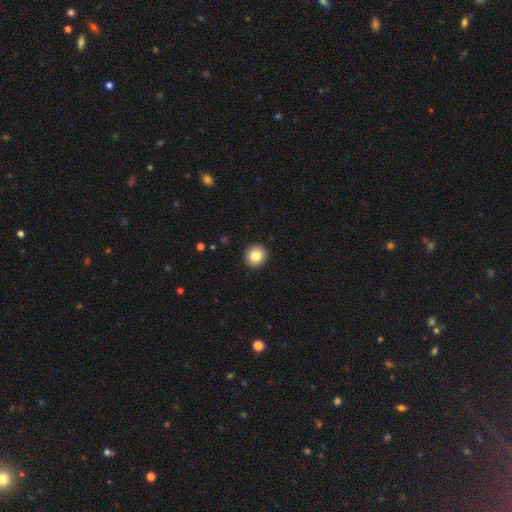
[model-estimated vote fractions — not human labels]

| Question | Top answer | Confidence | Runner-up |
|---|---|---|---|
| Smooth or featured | smooth | 83% | star or artifact (9%) |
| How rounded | round | 91% | in between (8%) |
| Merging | none | 93% | minor disturbance (4%) |